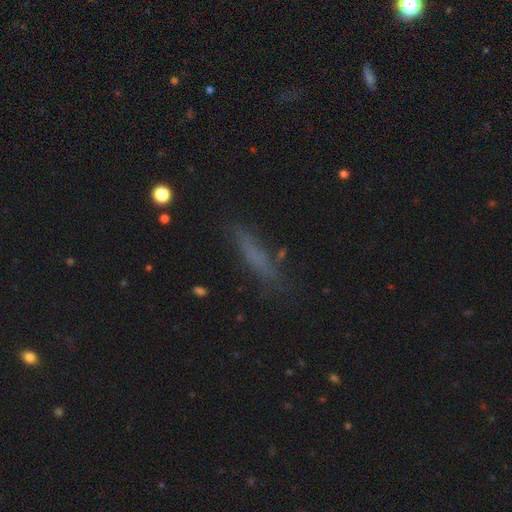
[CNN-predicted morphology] Overall: smooth (63%). How rounded: cigar-shaped (81%). Merging: none (75%).